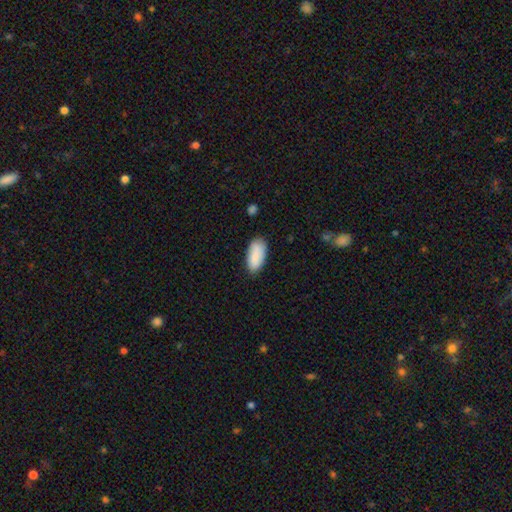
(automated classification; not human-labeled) Q: Smooth or featured?
A: smooth (88%); runner-up: star or artifact (6%)
Q: How rounded?
A: in between (91%); runner-up: cigar-shaped (7%)
Q: Merging?
A: none (79%); runner-up: minor disturbance (16%)